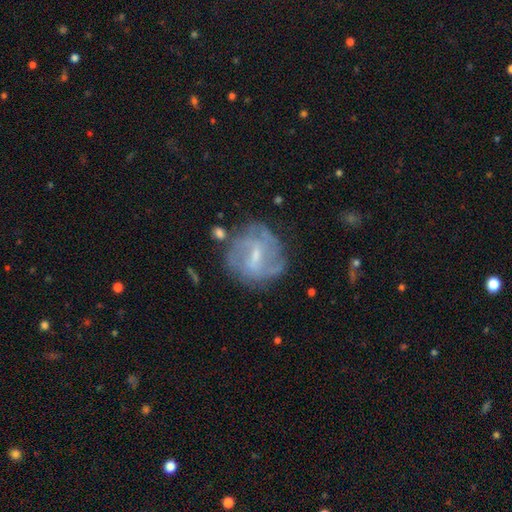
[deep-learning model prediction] smooth_or_featured: featured or disk (p=0.75) [alt: smooth p=0.17]
disk_edge_on: no (p=0.97) [alt: yes p=0.03]
bar: weak (p=0.58) [alt: strong p=0.24]
has_spiral_arms: yes (p=0.82) [alt: no p=0.18]
spiral_winding: medium (p=0.40) [alt: tight p=0.36]
spiral_arm_count: can't tell (p=0.35) [tied with: 2 p=0.35]
bulge_size: small (p=0.57) [alt: moderate p=0.30]
merging: none (p=0.69) [alt: minor disturbance p=0.18]